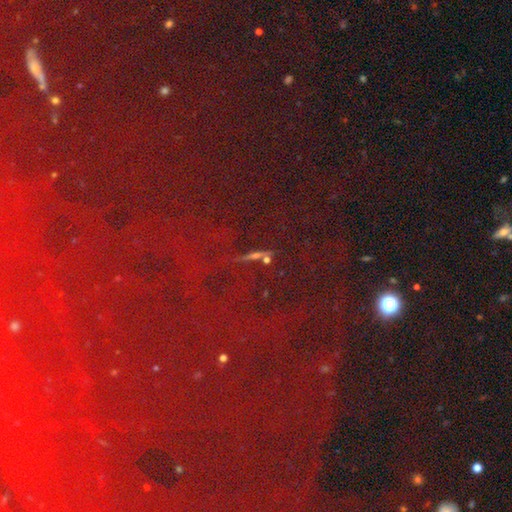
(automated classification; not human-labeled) Smooth or featured: star or artifact — 83% (smooth — 10%)